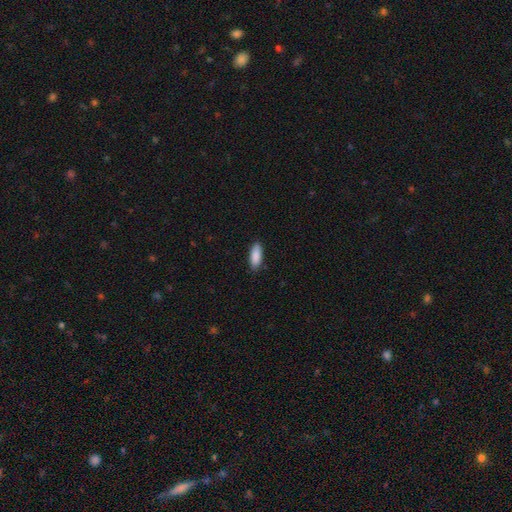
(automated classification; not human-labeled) Q: Smooth or featured?
A: smooth (90%); runner-up: star or artifact (6%)
Q: How rounded?
A: in between (72%); runner-up: cigar-shaped (26%)
Q: Merging?
A: none (87%); runner-up: minor disturbance (10%)